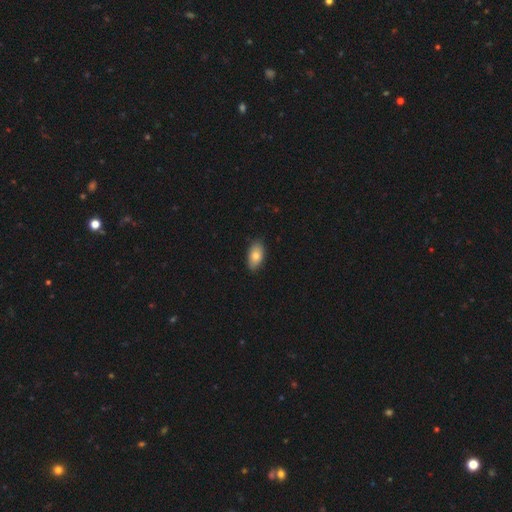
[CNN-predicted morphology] smooth_or_featured: smooth (p=0.80) [alt: featured or disk p=0.14]
how_rounded: in between (p=0.92) [alt: round p=0.05]
merging: none (p=0.85) [alt: minor disturbance p=0.12]